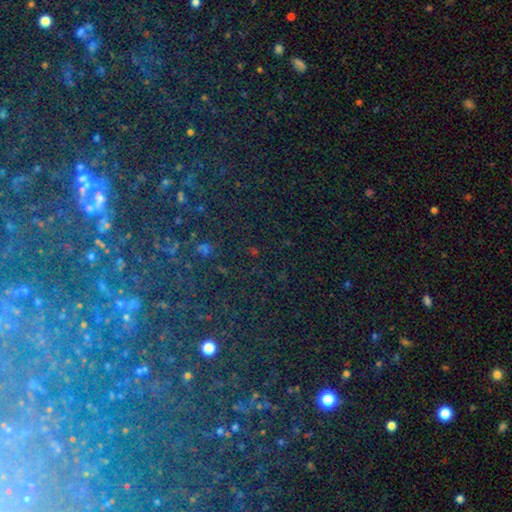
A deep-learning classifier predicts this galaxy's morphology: smooth_or_featured: star or artifact (p=0.66) [alt: featured or disk p=0.20]